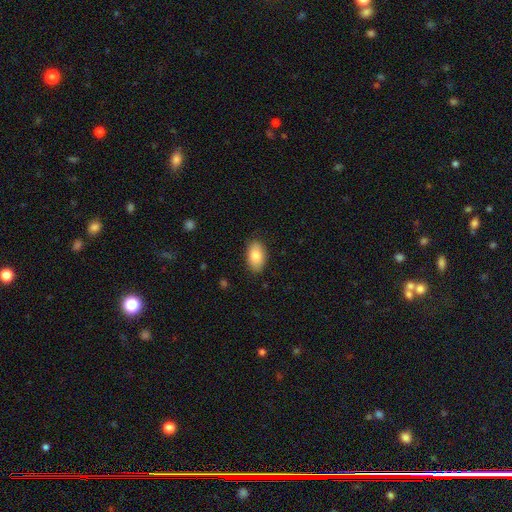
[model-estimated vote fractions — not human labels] Overall: smooth (85%). How rounded: in between (93%). Merging: none (87%).